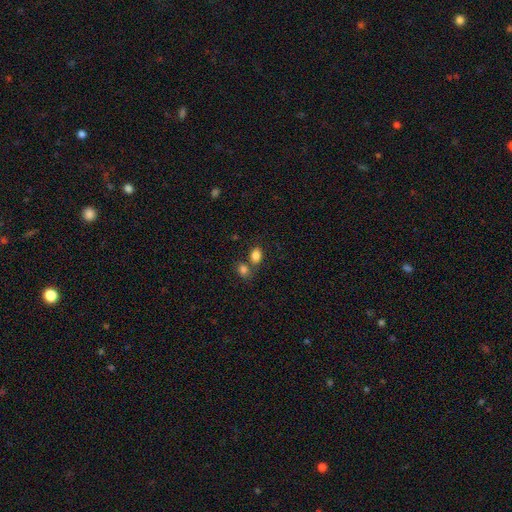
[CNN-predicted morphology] Smooth or featured? Predicted: smooth (p=0.83). How rounded? Predicted: in between (p=0.71). Merging? Predicted: none (p=0.52).